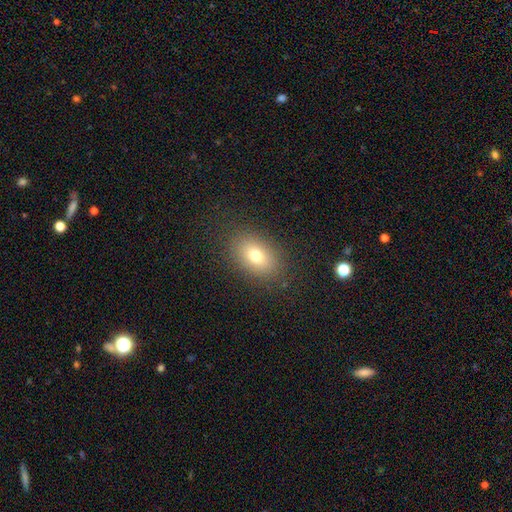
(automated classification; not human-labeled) The model was most divided on "smooth or featured": smooth: 75%, featured or disk: 13%, star or artifact: 12%. More confident: merging — none (86%); how rounded — in between (81%).